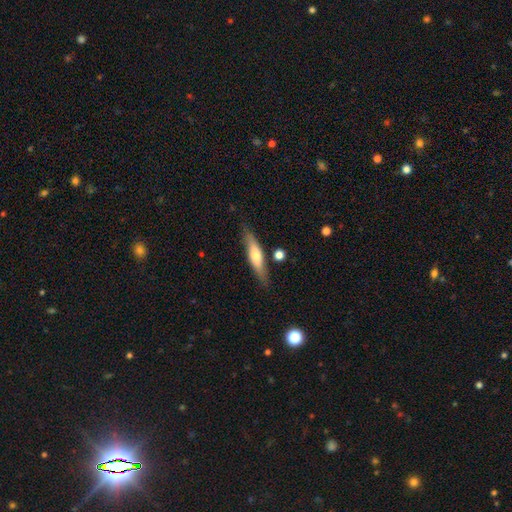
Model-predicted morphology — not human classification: smooth 51%, featured or disk 43%, star or artifact 6%. Down the decision tree: how rounded — cigar-shaped (75%); merging — none (81%).